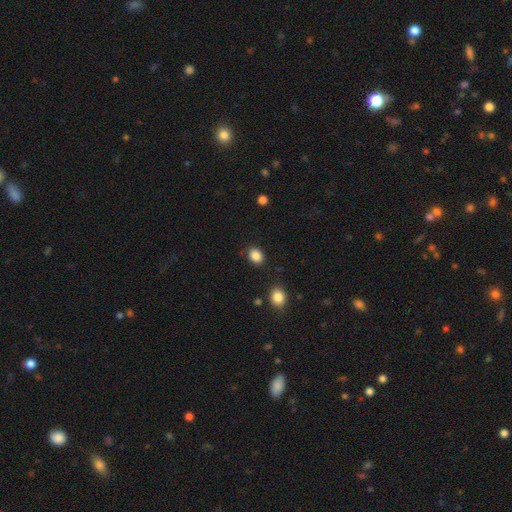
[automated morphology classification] A smooth galaxy with no disk features (87%) that is in between round and cigar-shaped (56%). Merging: none (84%).